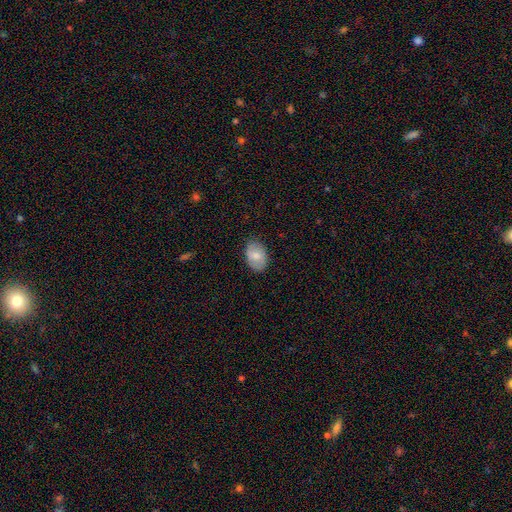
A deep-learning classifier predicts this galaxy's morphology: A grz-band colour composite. It shows a smooth galaxy with no disk features (73%) that is in between round and cigar-shaped (86%). Merging: none (83%).